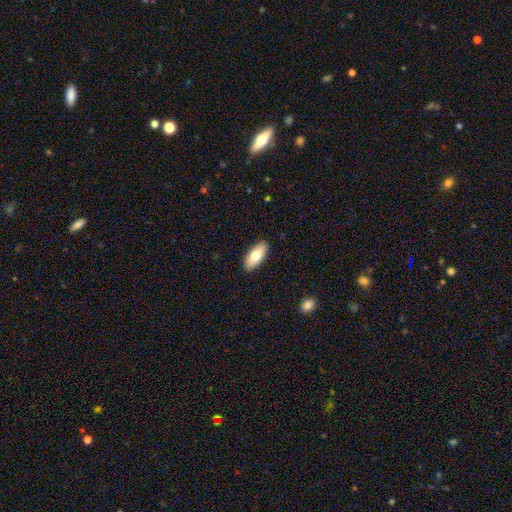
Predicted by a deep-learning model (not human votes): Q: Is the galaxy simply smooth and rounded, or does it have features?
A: smooth — 77%.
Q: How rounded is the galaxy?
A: in between — 87%.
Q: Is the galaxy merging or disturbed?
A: none — 89%.